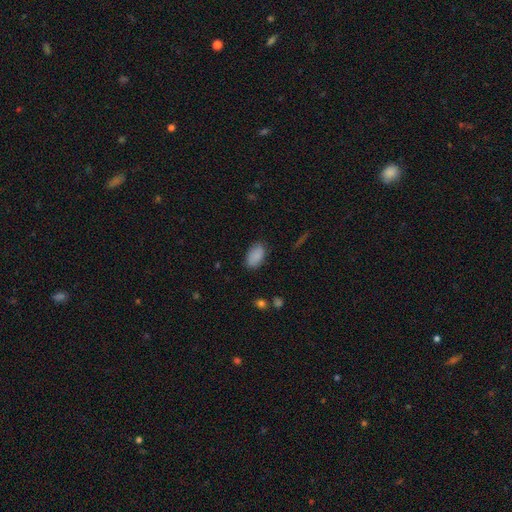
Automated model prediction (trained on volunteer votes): This appears to be a smooth galaxy with no disk features (88%) that is in between round and cigar-shaped (94%). Merging: none (84%).